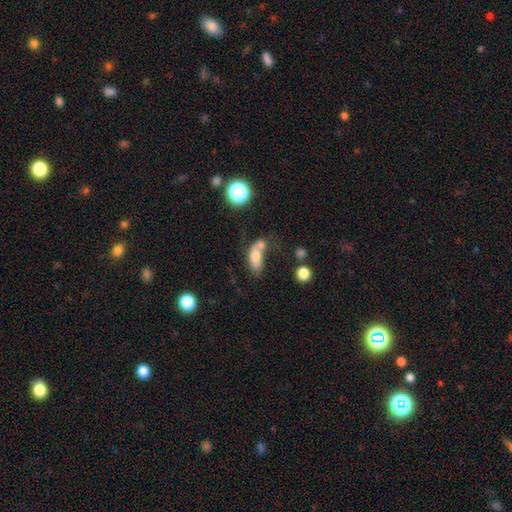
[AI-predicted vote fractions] smooth-or-featured: smooth: 72% | featured or disk: 17% | star or artifact: 11%
  how-rounded: in between: 79% | cigar-shaped: 12% | round: 9%
  merging: merger: 45% | none: 27% | minor disturbance: 15% | major disturbance: 13%